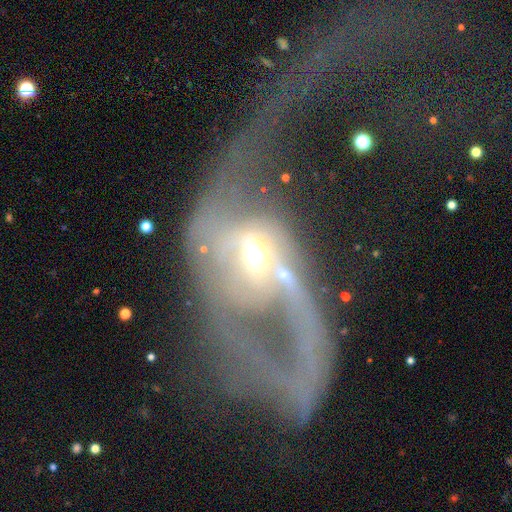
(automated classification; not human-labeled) Smooth or featured?
  - featured or disk: 66% *
  - smooth: 22%
  - star or artifact: 12%
Edge-on disk?
  - no: 91% *
  - yes: 9%
Bar?
  - no: 58% *
  - weak: 28%
  - strong: 14%
Spiral arms?
  - no: 51% *
  - yes: 49%
Bulge size?
  - moderate: 62% *
  - small: 21%
  - large: 10%
  - dominant: 3%
  - none: 3%
Merging?
  - major disturbance: 50% *
  - merger: 27%
  - none: 14%
  - minor disturbance: 9%